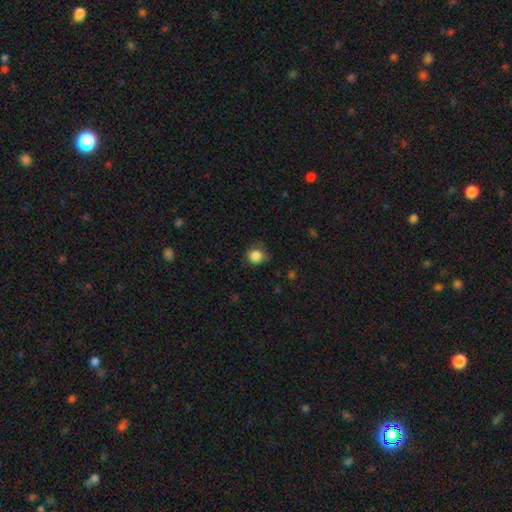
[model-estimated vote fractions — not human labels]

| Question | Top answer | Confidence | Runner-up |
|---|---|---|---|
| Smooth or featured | smooth | 86% | star or artifact (10%) |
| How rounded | round | 85% | in between (14%) |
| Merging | none | 73% | minor disturbance (22%) |